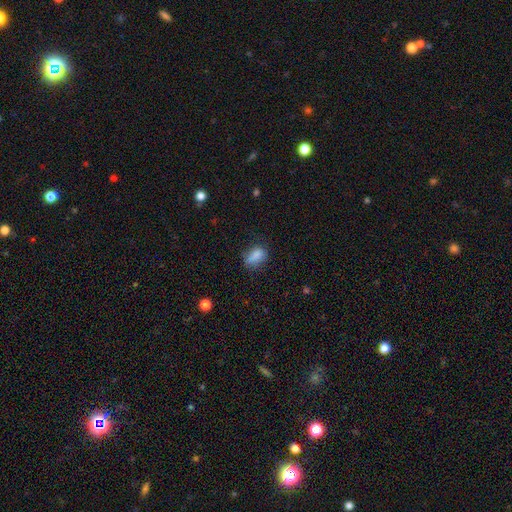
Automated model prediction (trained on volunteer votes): Smooth or featured? Predicted: smooth (p=0.82). How rounded? Predicted: in between (p=0.80). Merging? Predicted: none (p=0.59).